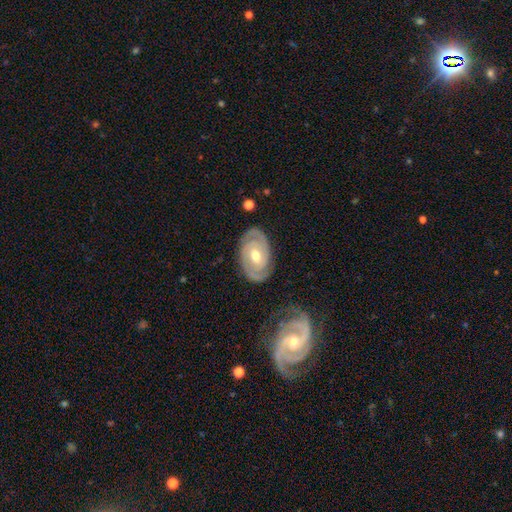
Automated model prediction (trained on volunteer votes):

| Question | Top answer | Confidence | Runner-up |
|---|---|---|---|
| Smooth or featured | featured or disk | 87% | smooth (8%) |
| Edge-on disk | no | 96% | yes (4%) |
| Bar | no | 49% | weak (37%) |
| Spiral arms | yes | 96% | no (4%) |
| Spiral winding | tight | 73% | medium (23%) |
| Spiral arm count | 2 | 80% | can't tell (8%) |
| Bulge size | moderate | 74% | small (21%) |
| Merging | none | 82% | minor disturbance (12%) |